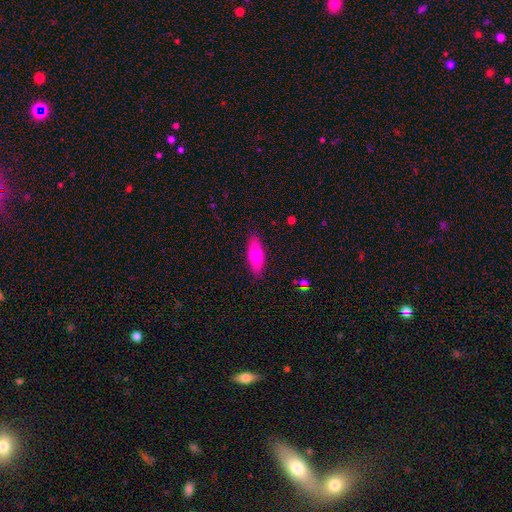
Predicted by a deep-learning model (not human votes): Smooth or featured: smooth — 73% (featured or disk — 21%)
How rounded: in between — 58% (cigar-shaped — 40%)
Merging: none — 88% (minor disturbance — 9%)